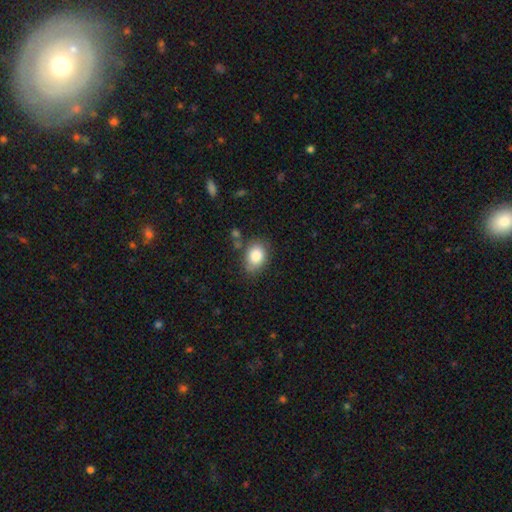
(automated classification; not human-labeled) Overall: smooth (84%). How rounded: in between (71%). Merging: none (73%).